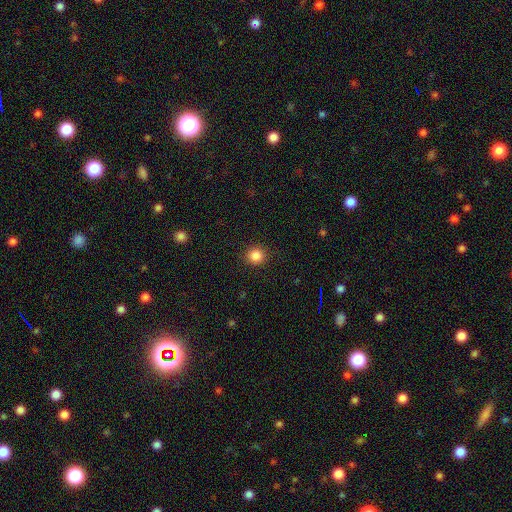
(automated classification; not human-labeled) smooth-or-featured: smooth: 86% | star or artifact: 11% | featured or disk: 4%
  how-rounded: round: 90% | in between: 9% | cigar-shaped: 1%
  merging: none: 91% | minor disturbance: 6% | major disturbance: 2% | merger: 1%